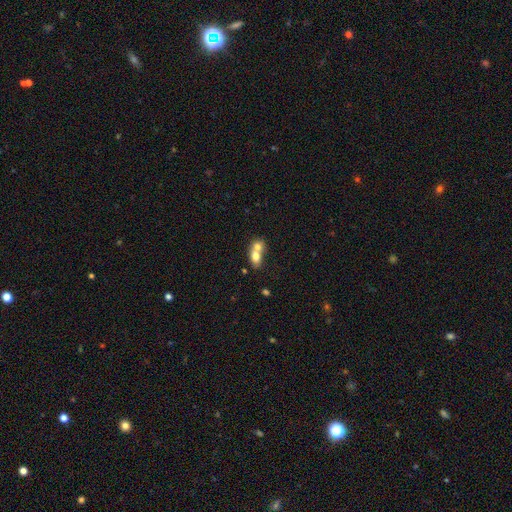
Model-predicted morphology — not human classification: Smooth or featured? Predicted: smooth (p=0.72). How rounded? Predicted: in between (p=0.65). Merging? Predicted: merger (p=0.71).